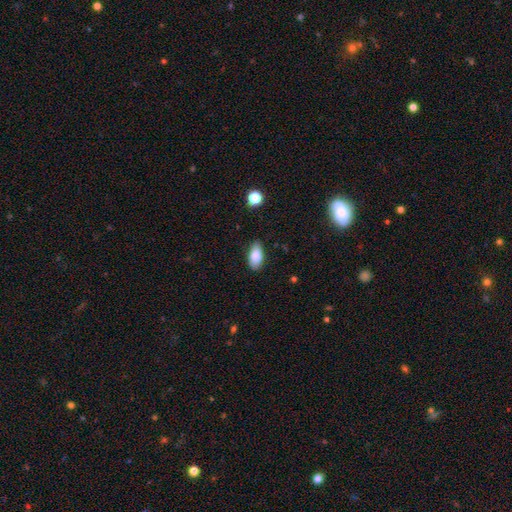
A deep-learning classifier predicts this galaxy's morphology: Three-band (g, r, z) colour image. It shows a smooth galaxy with no disk features (84%) that is in between round and cigar-shaped (90%). Merging: none (83%).